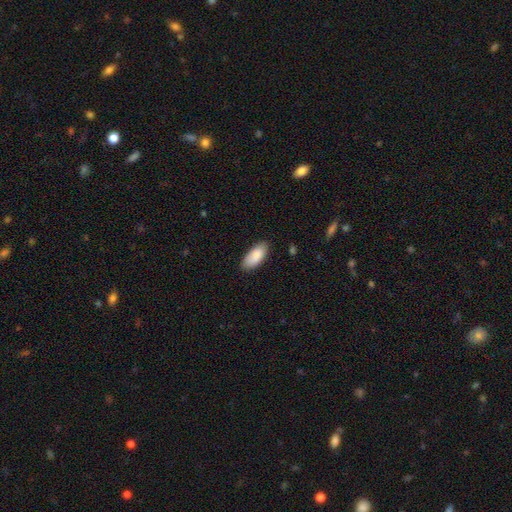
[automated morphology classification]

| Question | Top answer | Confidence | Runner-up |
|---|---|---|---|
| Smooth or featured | smooth | 89% | star or artifact (6%) |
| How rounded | in between | 89% | cigar-shaped (10%) |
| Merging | none | 84% | minor disturbance (13%) |